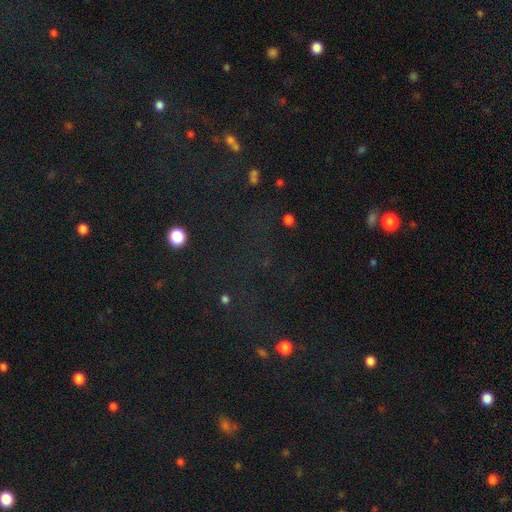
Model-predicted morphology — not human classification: Smooth or featured?
  - star or artifact: 69% *
  - smooth: 22%
  - featured or disk: 9%